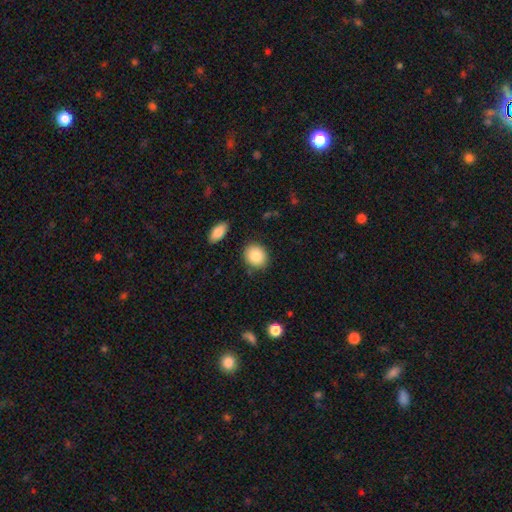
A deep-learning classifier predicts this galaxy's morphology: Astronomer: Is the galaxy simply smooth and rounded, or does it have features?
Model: smooth — 84%.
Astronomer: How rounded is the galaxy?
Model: round — 72%.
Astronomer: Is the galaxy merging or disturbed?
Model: none — 86%.